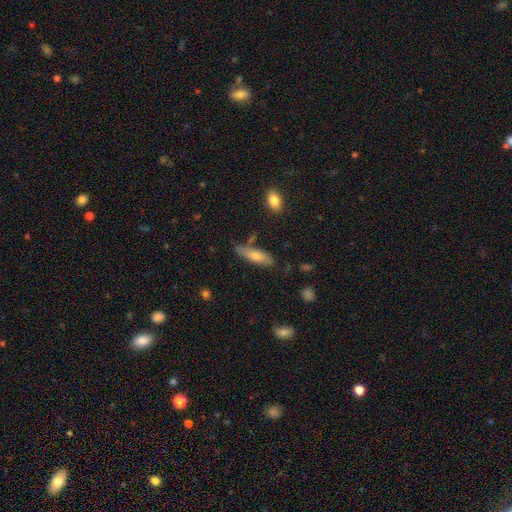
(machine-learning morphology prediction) Smooth or featured?
  - smooth: 71% *
  - featured or disk: 23%
  - star or artifact: 6%
How rounded?
  - cigar-shaped: 58% *
  - in between: 40%
  - round: 2%
Merging?
  - none: 70% *
  - minor disturbance: 21%
  - merger: 5%
  - major disturbance: 4%